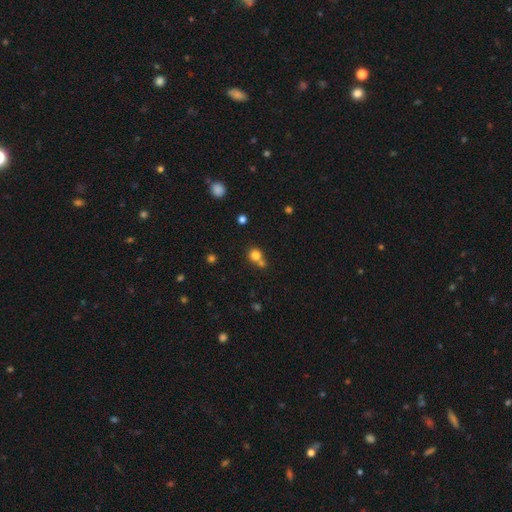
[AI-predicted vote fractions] The model was most divided on "merging": none: 51%, merger: 37%, minor disturbance: 8%, major disturbance: 3%. More confident: how rounded — round (87%); smooth or featured — smooth (79%).